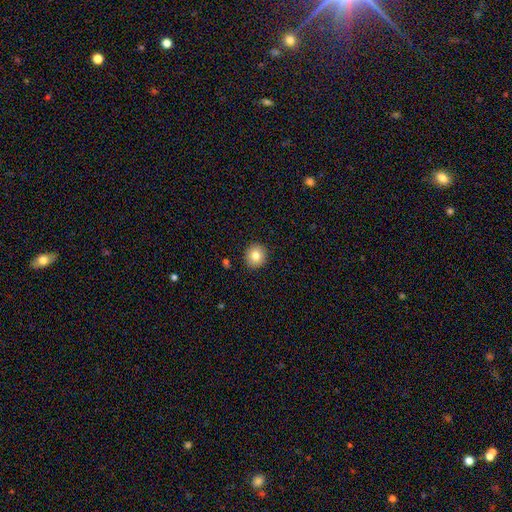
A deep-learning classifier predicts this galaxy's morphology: smooth-or-featured: smooth: 81% | star or artifact: 10% | featured or disk: 9%
  how-rounded: round: 91% | in between: 8% | cigar-shaped: 1%
  merging: none: 92% | minor disturbance: 5% | major disturbance: 2% | merger: 1%